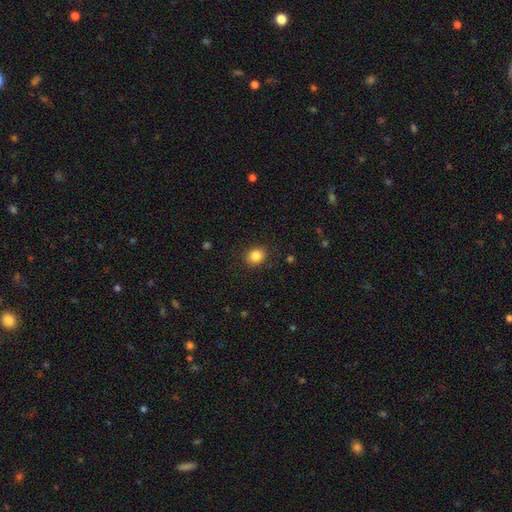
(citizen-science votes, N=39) Q: Smooth or featured?
A: smooth (92%); runner-up: star or artifact (5%)
Q: How rounded?
A: in between (72%); runner-up: round (28%)
Q: Merging?
A: none (95%); runner-up: minor disturbance (3%)